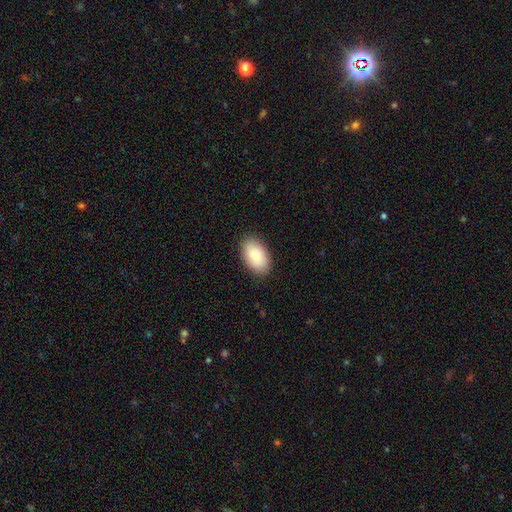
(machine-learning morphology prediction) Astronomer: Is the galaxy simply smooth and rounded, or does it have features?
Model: smooth — 81%.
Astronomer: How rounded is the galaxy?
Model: in between — 93%.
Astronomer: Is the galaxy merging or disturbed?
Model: none — 88%.